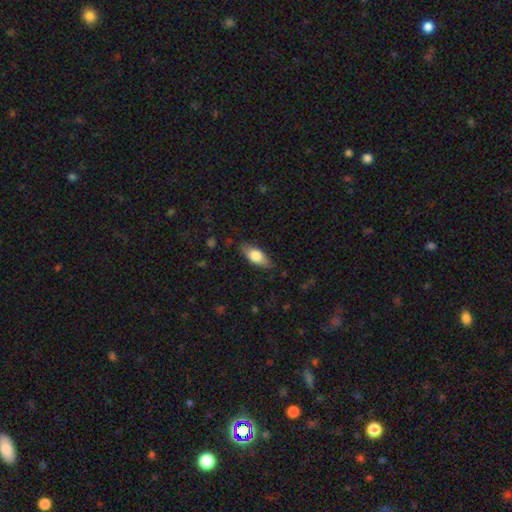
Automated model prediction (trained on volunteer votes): A smooth galaxy with no disk features (73%) that is in between round and cigar-shaped (81%). Merging: none (83%).